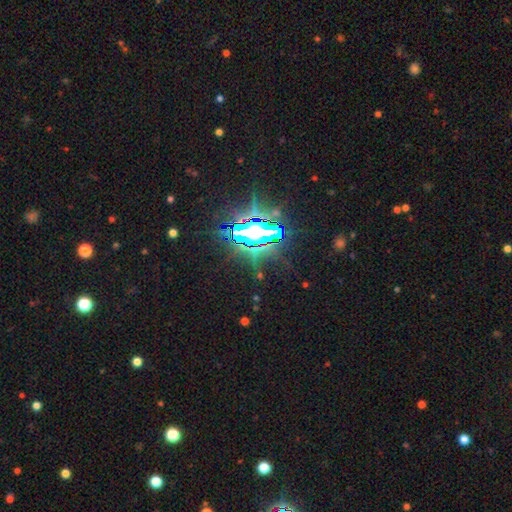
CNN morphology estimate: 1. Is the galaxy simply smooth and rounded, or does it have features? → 82% star or artifact, 10% featured or disk, 8% smooth.